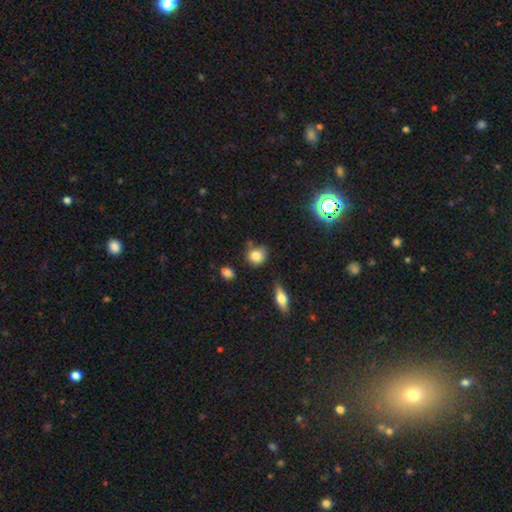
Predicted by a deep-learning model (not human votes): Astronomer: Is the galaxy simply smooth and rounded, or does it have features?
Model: smooth — 81%.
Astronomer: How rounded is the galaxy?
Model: round — 73%.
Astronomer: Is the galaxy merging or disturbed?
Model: none — 65%.